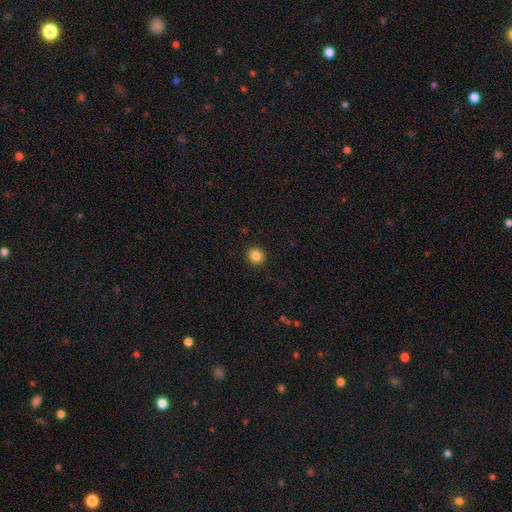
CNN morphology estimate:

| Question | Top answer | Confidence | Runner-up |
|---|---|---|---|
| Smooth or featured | smooth | 86% | star or artifact (11%) |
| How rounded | round | 90% | in between (9%) |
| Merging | none | 92% | minor disturbance (5%) |